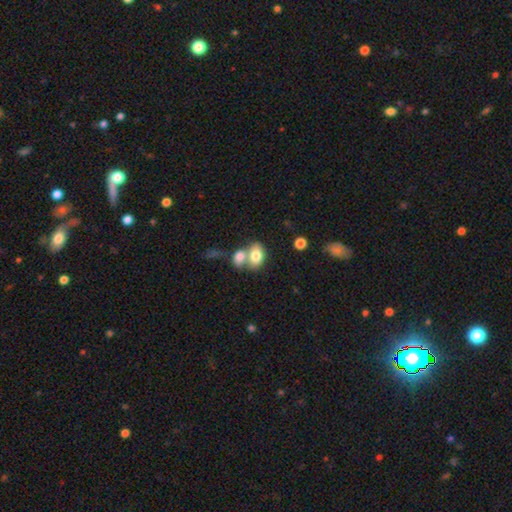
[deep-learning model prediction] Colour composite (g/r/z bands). It shows a smooth galaxy with no disk features (78%) that is in between round and cigar-shaped (79%). Merging: merger (58%).